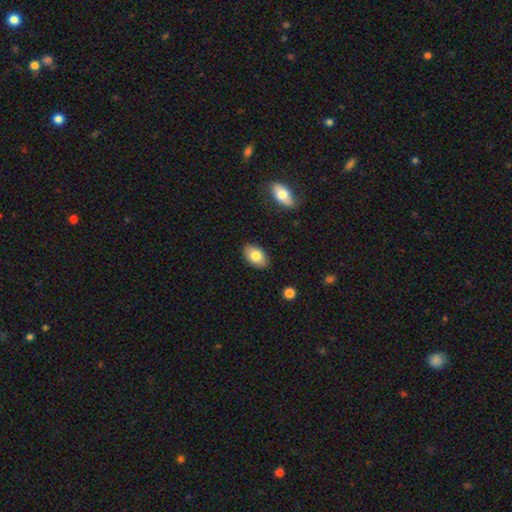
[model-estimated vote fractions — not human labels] This is clearly a smooth galaxy (80%). How rounded: clearly in between (92%). Merging: clearly none (88%).